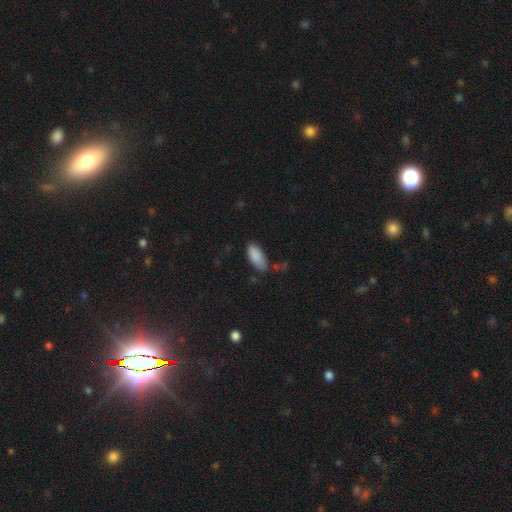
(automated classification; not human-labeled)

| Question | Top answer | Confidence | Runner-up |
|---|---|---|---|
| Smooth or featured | smooth | 88% | star or artifact (7%) |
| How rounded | in between | 88% | cigar-shaped (10%) |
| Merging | none | 67% | minor disturbance (23%) |